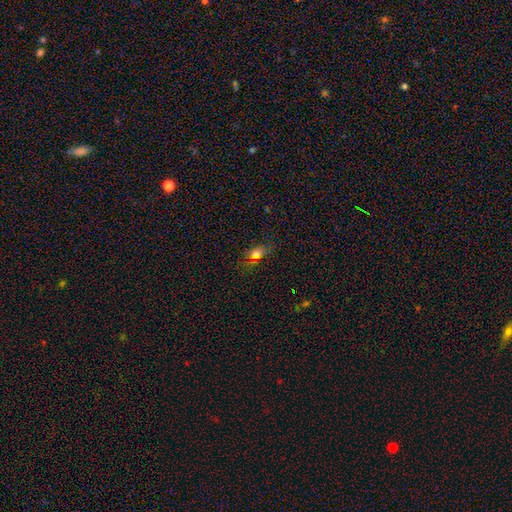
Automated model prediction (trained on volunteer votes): Overall: smooth (65%). How rounded: in between (70%). Merging: none (74%).